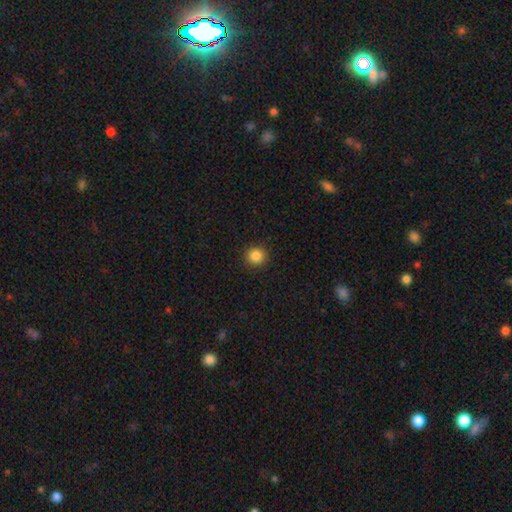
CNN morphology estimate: Smooth or featured? Predicted: smooth (p=0.86). How rounded? Predicted: round (p=0.91). Merging? Predicted: none (p=0.91).